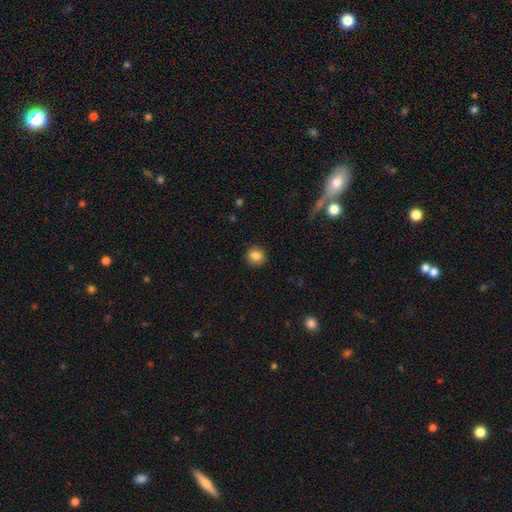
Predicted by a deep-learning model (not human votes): This appears to be a smooth galaxy with no disk features (85%) that is round (84%). Merging: none (91%).